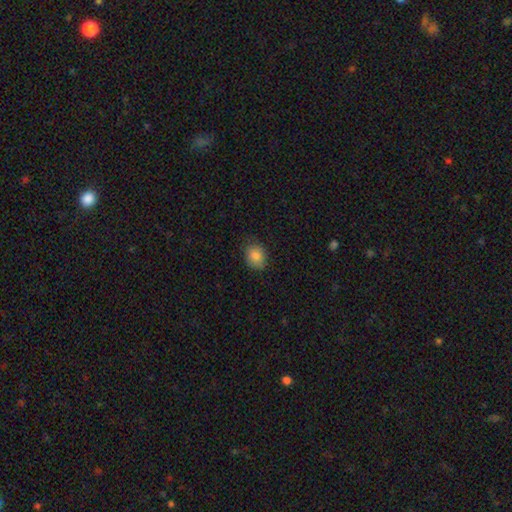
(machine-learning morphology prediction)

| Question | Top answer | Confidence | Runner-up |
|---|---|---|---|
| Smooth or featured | smooth | 85% | star or artifact (8%) |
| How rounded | round | 53% | in between (46%) |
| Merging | none | 77% | minor disturbance (18%) |